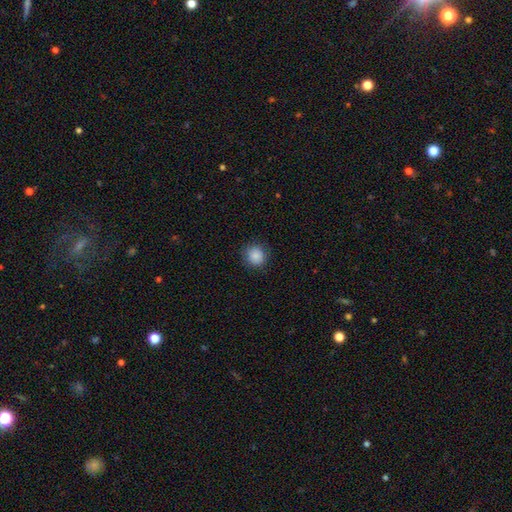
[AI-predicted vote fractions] Smooth or featured?
  - smooth: 87% *
  - star or artifact: 9%
  - featured or disk: 4%
How rounded?
  - round: 91% *
  - in between: 8%
  - cigar-shaped: 1%
Merging?
  - none: 88% *
  - minor disturbance: 9%
  - major disturbance: 3%
  - merger: 1%